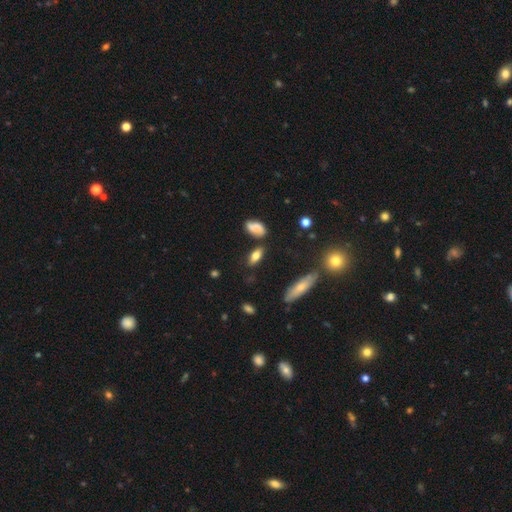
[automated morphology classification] A smooth galaxy with no disk features (73%) that is in between round and cigar-shaped (77%). Merging: none (74%).